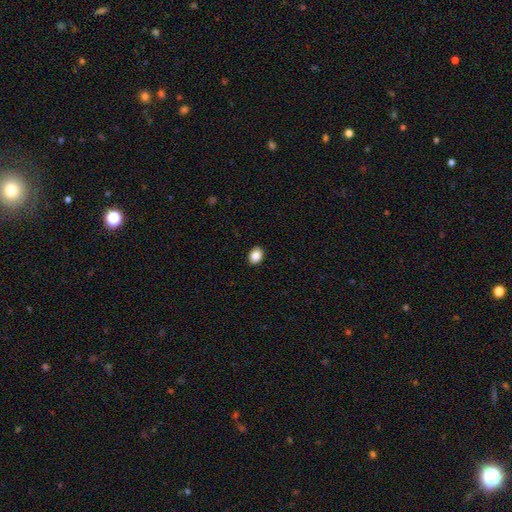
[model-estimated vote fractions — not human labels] Overall: smooth (88%). How rounded: in between (68%; round 31%). Merging: none (91%).